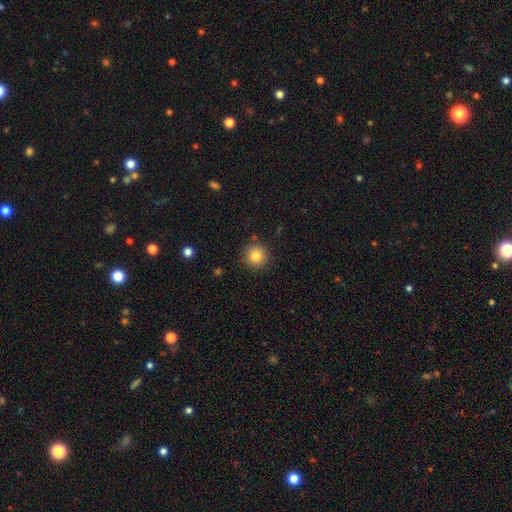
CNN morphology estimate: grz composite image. It shows a smooth galaxy with no disk features (83%) that is round (95%). Merging: none (88%).